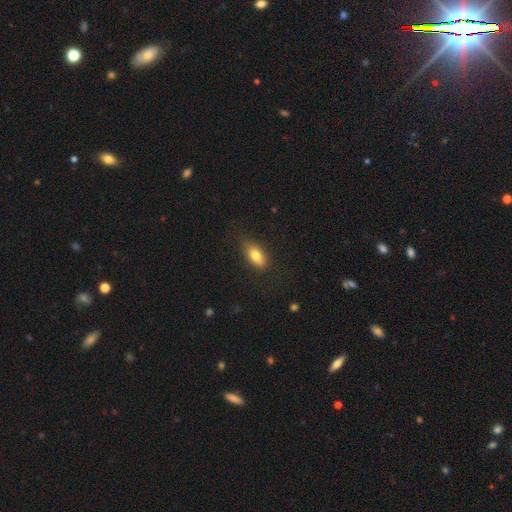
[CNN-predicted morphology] Smooth or featured? Predicted: smooth (p=0.76). How rounded? Predicted: in between (p=0.84). Merging? Predicted: none (p=0.77).